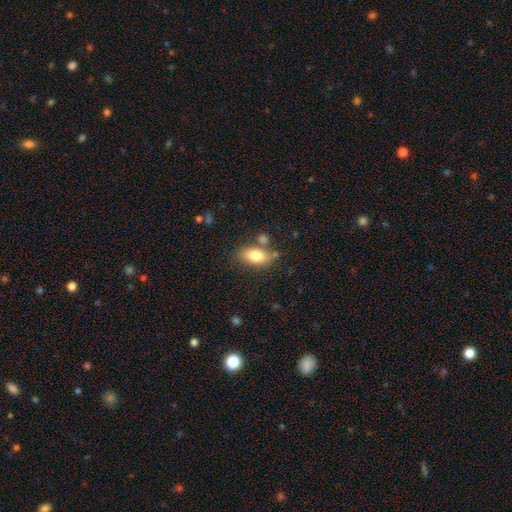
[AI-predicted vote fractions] Smooth or featured? smooth (80%)
How rounded? in between (89%)
Merging? none (70%)